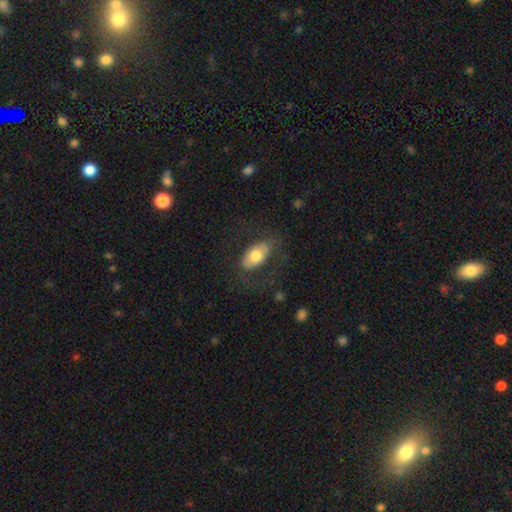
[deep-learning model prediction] This appears to be a smooth galaxy with no disk features (64%) that is in between round and cigar-shaped (92%). Merging: none (66%).